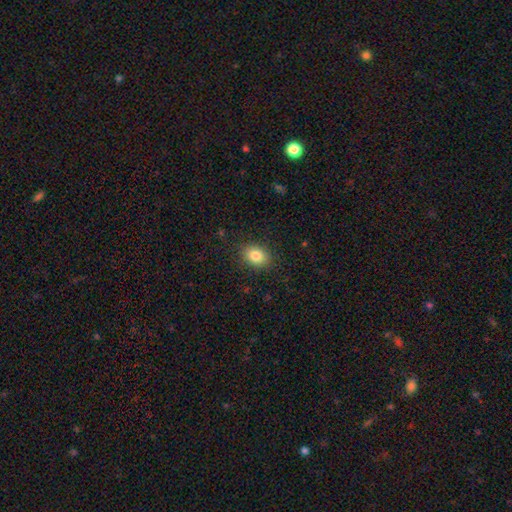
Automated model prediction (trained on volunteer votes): Smooth or featured: smooth — 84% (star or artifact — 9%)
How rounded: in between — 64% (round — 35%)
Merging: none — 88% (minor disturbance — 9%)